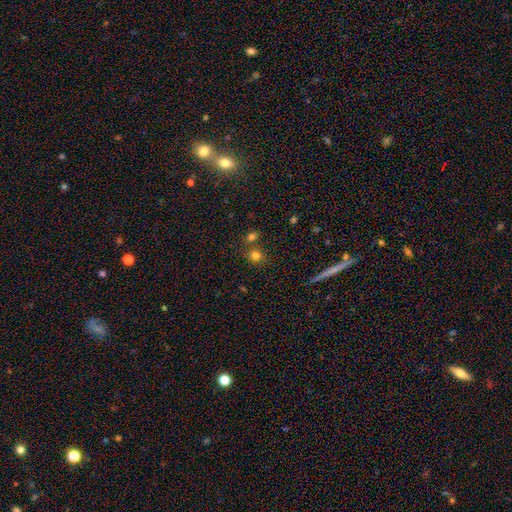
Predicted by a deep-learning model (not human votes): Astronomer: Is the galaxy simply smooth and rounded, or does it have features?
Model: smooth — 77%.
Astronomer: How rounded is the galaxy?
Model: round — 83%.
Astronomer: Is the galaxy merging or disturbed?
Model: none — 71%.